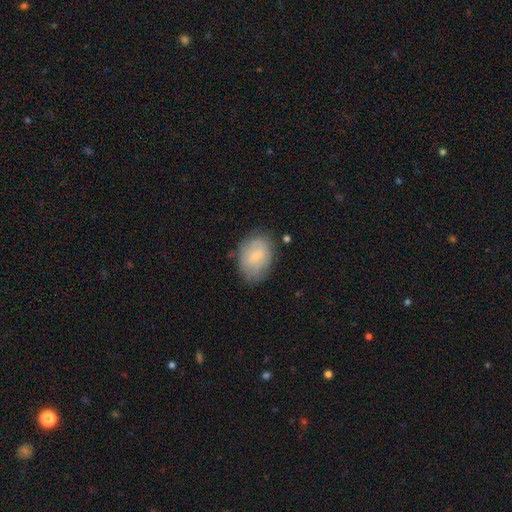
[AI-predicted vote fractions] smooth 63%, featured or disk 30%, star or artifact 7%. Down the decision tree: how rounded — in between (76%); merging — none (71%).